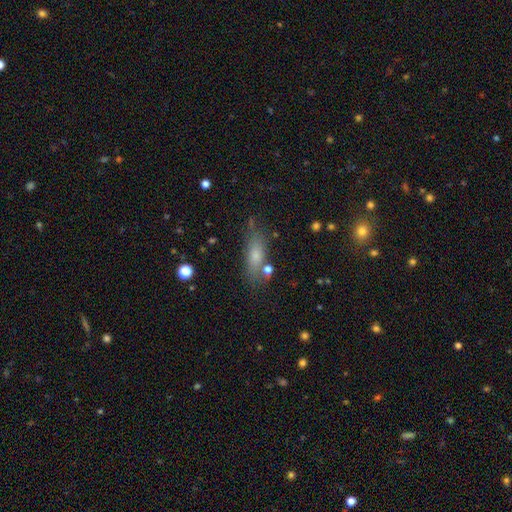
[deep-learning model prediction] Q: Smooth or featured?
A: smooth (66%); runner-up: featured or disk (22%)
Q: How rounded?
A: in between (60%); runner-up: cigar-shaped (35%)
Q: Merging?
A: none (70%); runner-up: minor disturbance (17%)